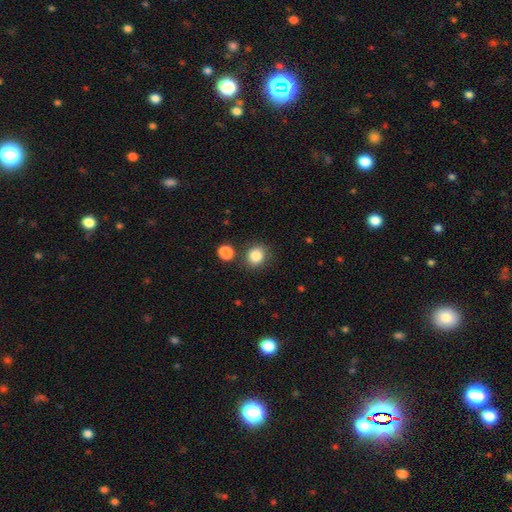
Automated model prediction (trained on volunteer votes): This appears to be a smooth galaxy with no disk features (85%) that is round (78%). Merging: none (79%).